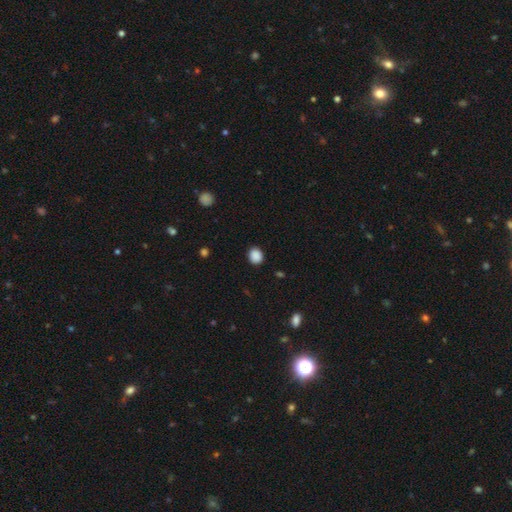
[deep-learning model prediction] Smooth or featured: smooth — 88% (star or artifact — 9%)
How rounded: round — 65% (in between — 34%)
Merging: none — 88% (minor disturbance — 8%)